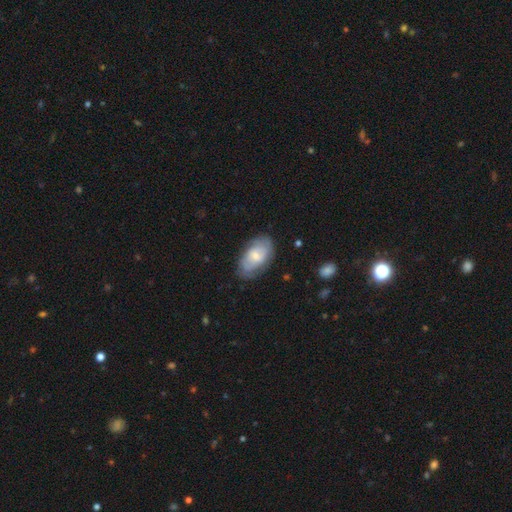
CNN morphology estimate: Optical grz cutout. It shows a smooth galaxy with no disk features (53%) that is in between round and cigar-shaped (93%). Merging: none (69%).